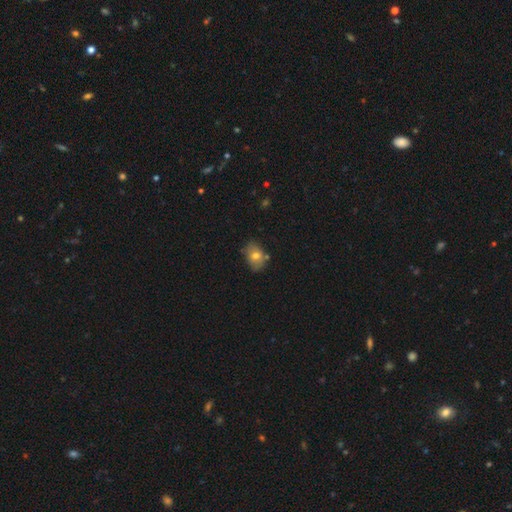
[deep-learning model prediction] A smooth galaxy with no disk features (70%) that is in between round and cigar-shaped (71%). Merging: none (66%).